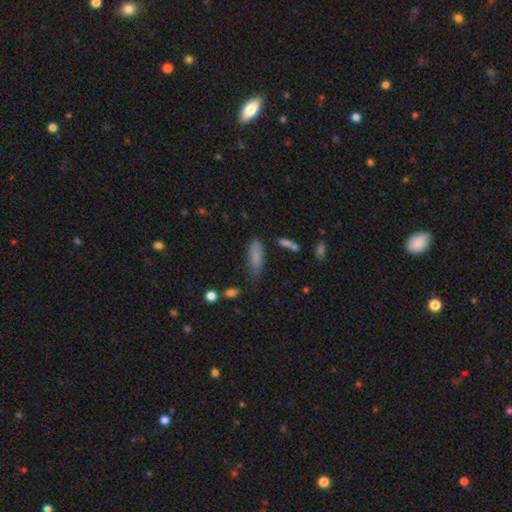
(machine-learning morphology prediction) Q: Smooth or featured?
A: smooth (81%); runner-up: featured or disk (10%)
Q: How rounded?
A: in between (58%); runner-up: cigar-shaped (40%)
Q: Merging?
A: none (58%); runner-up: minor disturbance (28%)